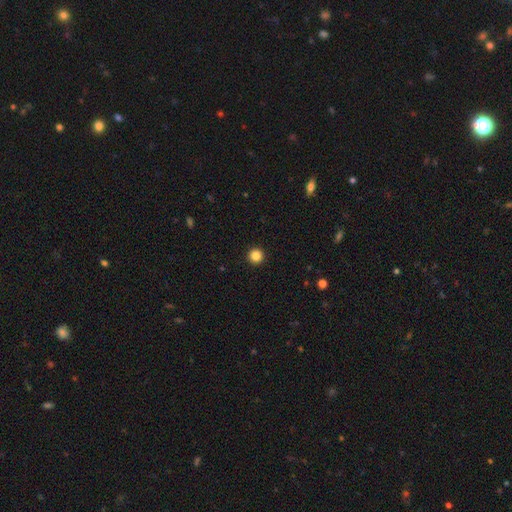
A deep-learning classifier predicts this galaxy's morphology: This appears to be a smooth galaxy with no disk features (86%) that is round (97%). Merging: none (94%).